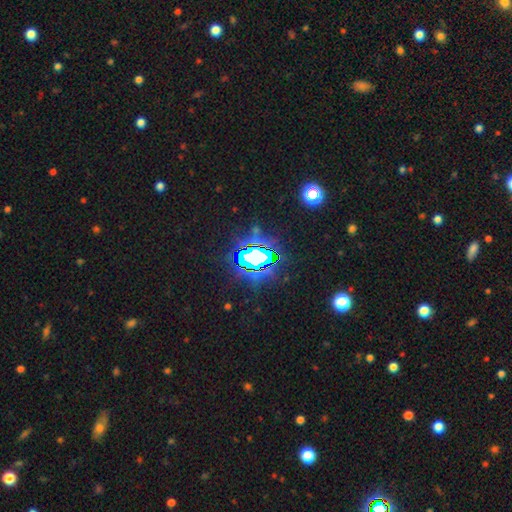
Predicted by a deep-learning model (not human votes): star or artifact 74%, smooth 15%, featured or disk 12%.